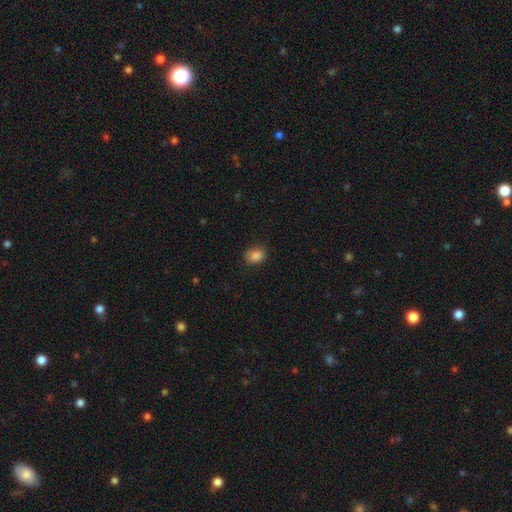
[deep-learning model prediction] The model was most divided on "how rounded": in between: 60%, round: 39%, cigar-shaped: 1%. More confident: smooth or featured — smooth (86%); merging — none (82%).